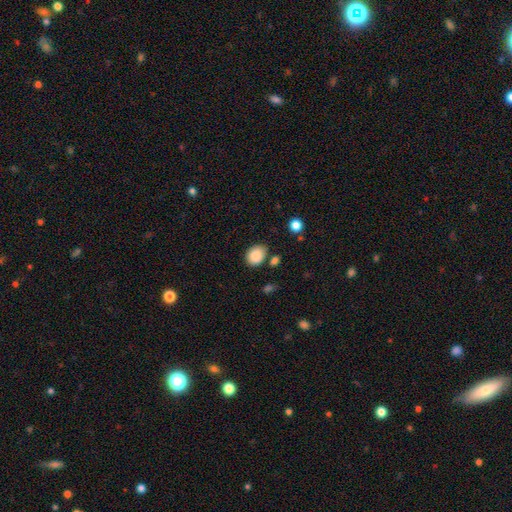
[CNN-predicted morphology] smooth-or-featured: smooth: 87% | star or artifact: 8% | featured or disk: 4%
  how-rounded: in between: 58% | round: 41% | cigar-shaped: 1%
  merging: none: 73% | minor disturbance: 16% | merger: 6% | major disturbance: 4%